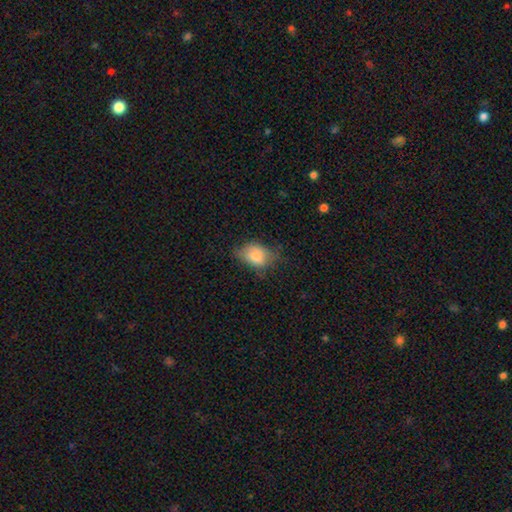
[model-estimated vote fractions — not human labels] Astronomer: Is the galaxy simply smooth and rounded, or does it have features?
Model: smooth — 77%.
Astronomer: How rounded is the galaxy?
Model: in between — 76%.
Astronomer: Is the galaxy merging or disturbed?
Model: none — 49% (runner-up: minor disturbance, 35%).